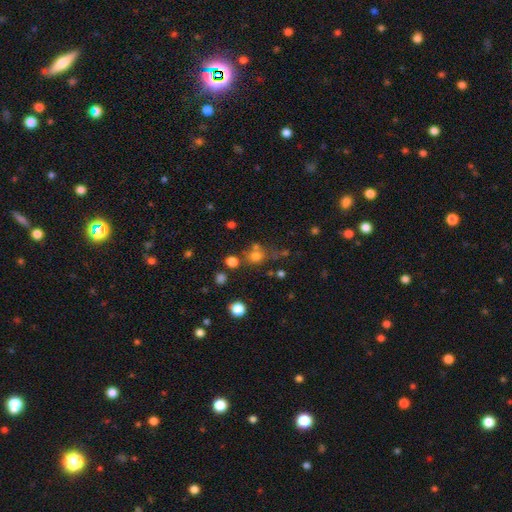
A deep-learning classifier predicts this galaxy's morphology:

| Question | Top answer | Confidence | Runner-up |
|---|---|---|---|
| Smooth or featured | smooth | 71% | star or artifact (20%) |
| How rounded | round | 83% | in between (16%) |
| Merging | none | 60% | merger (20%) |